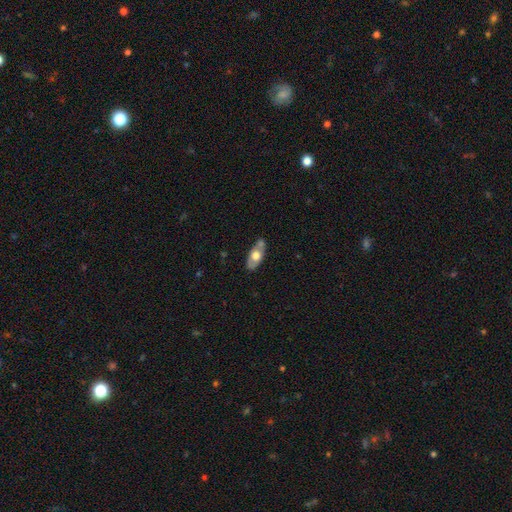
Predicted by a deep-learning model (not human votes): Smooth or featured: smooth — 54% (featured or disk — 40%)
How rounded: in between — 83% (cigar-shaped — 12%)
Merging: none — 64% (minor disturbance — 19%)